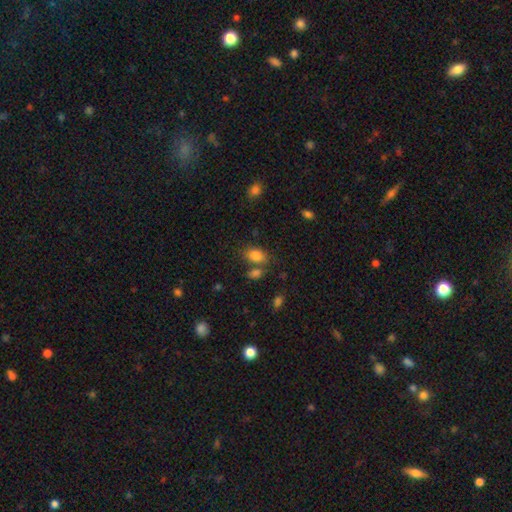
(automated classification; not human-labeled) Morphology: type=smooth (83%); roundness=in between (81%); merging=none (59%).